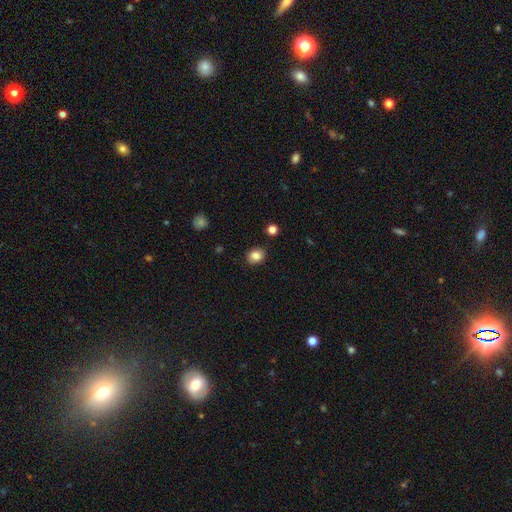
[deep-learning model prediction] Smooth or featured?
  - smooth: 84% *
  - star or artifact: 10%
  - featured or disk: 6%
How rounded?
  - round: 57% *
  - in between: 42%
  - cigar-shaped: 1%
Merging?
  - none: 85% *
  - minor disturbance: 11%
  - major disturbance: 3%
  - merger: 2%